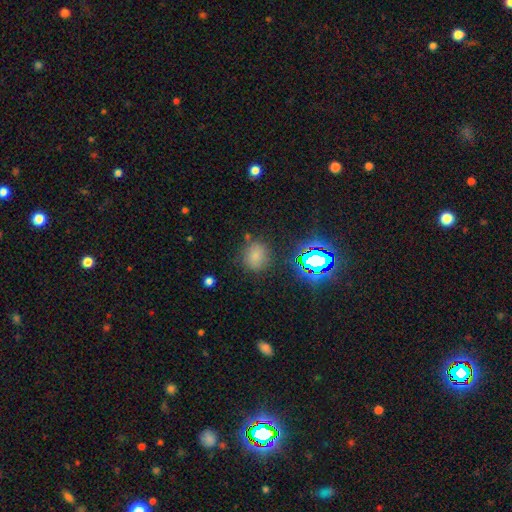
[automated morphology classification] Smooth or featured: smooth — 70% (star or artifact — 22%)
How rounded: round — 75% (in between — 24%)
Merging: none — 78% (minor disturbance — 13%)